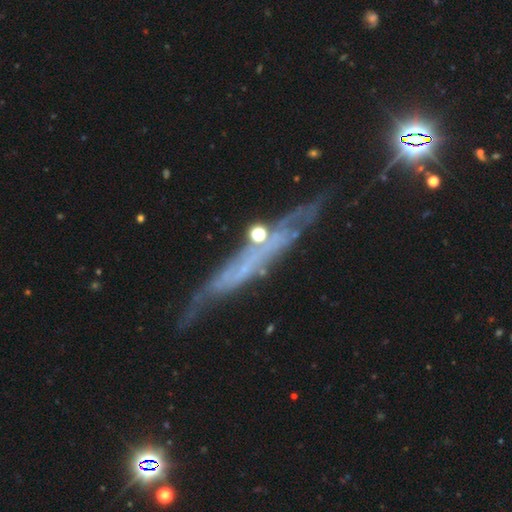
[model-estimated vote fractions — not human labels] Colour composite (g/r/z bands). It shows a featured or disk galaxy (69%) viewed edge-on (75%) with no central bulge (74%). Merging: none (65%).